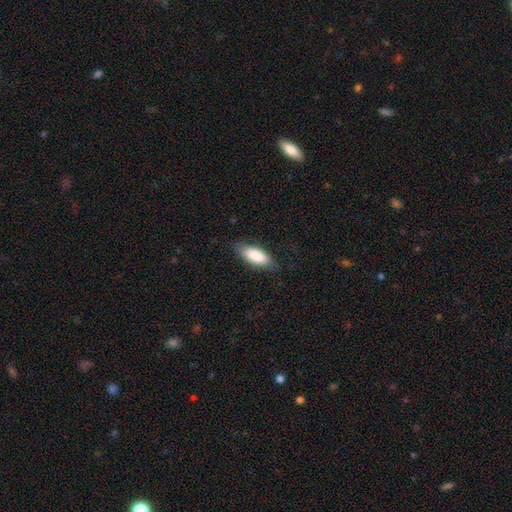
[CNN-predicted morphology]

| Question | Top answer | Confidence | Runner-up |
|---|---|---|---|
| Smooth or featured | smooth | 85% | featured or disk (10%) |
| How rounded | in between | 79% | cigar-shaped (19%) |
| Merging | none | 79% | minor disturbance (16%) |